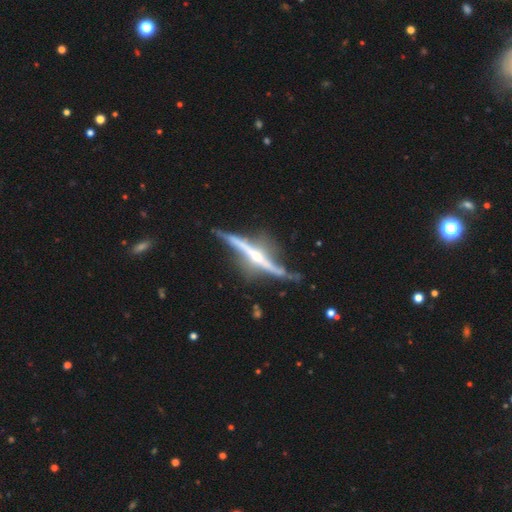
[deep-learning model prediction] Overall: featured or disk (86%). Edge-on disk: yes (93%). Edge-on bulge: rounded (76%). Merging: none (63%; minor disturbance 24%).